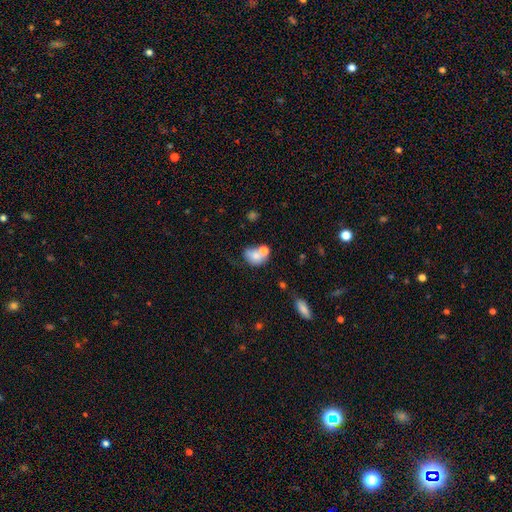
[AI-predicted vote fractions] Smooth or featured: smooth — 73% (featured or disk — 17%)
How rounded: in between — 58% (round — 40%)
Merging: merger — 39% (none — 36%)